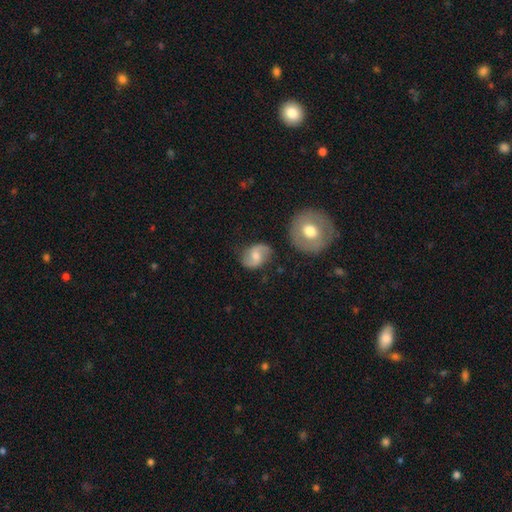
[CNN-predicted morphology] Smooth or featured? featured or disk (63%)
Edge-on disk? no (97%)
Bar? weak (48%)
Spiral arms? yes (90%)
Spiral winding? loose (46%)
Spiral arm count? 2 (91%)
Bulge size? moderate (58%)
Merging? none (75%)